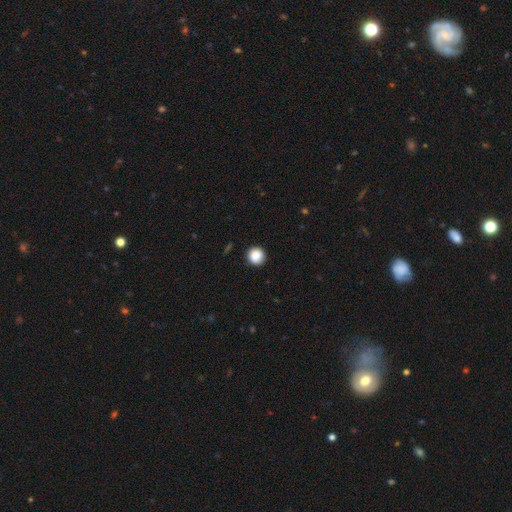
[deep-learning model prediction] A smooth galaxy with no disk features (88%) that is round (95%).

Vote fractions:
- Smooth or featured? smooth: 88% / star or artifact: 9% / featured or disk: 3%
- How rounded? round: 95% / in between: 4% / cigar-shaped: 1%
- Merging? none: 91% / minor disturbance: 6% / major disturbance: 2% / merger: 1%